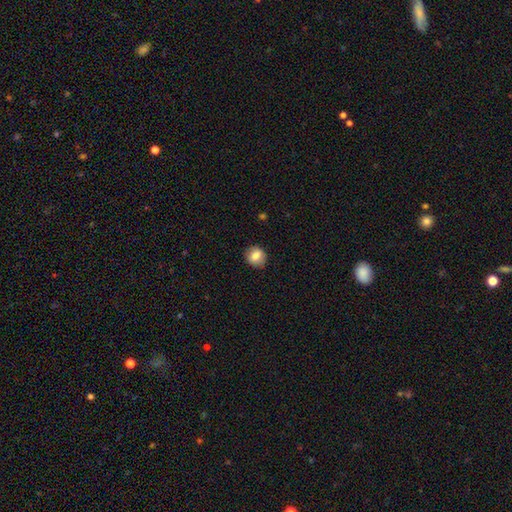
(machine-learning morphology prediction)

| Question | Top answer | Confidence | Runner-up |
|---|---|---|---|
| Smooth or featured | smooth | 81% | featured or disk (11%) |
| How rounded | round | 80% | in between (19%) |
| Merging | none | 85% | minor disturbance (11%) |